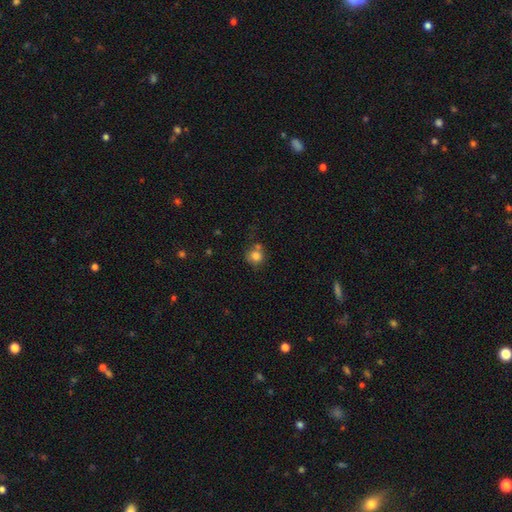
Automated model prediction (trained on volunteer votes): Overall: smooth (80%). How rounded: round (80%). Merging: none (54%; merger 22%).